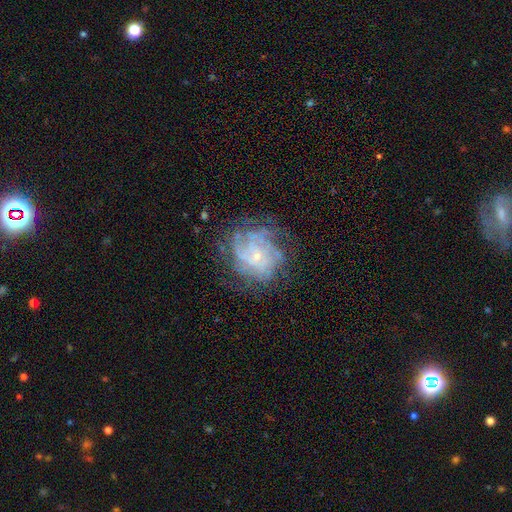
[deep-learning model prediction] This is likely a featured or disk galaxy (76%). It is clearly not viewed edge-on (97%). Bar: likely no (74%). Spiral arm pattern: clearly yes (91%). Spiral arm count: marginally can't tell (40%). Spiral winding: likely tight (62%). Central bulge: likely small (80%). Merging: likely none (70%).